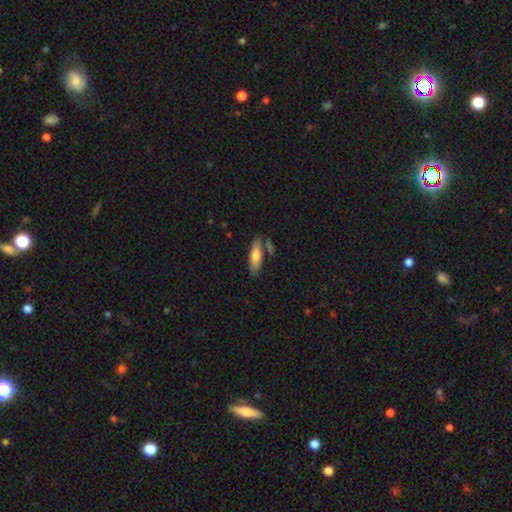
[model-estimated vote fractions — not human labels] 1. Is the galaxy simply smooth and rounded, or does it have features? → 71% smooth, 23% featured or disk, 6% star or artifact.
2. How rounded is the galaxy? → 50% in between, 48% cigar-shaped, 2% round.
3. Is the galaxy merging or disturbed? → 69% none, 15% minor disturbance, 12% merger, 4% major disturbance.